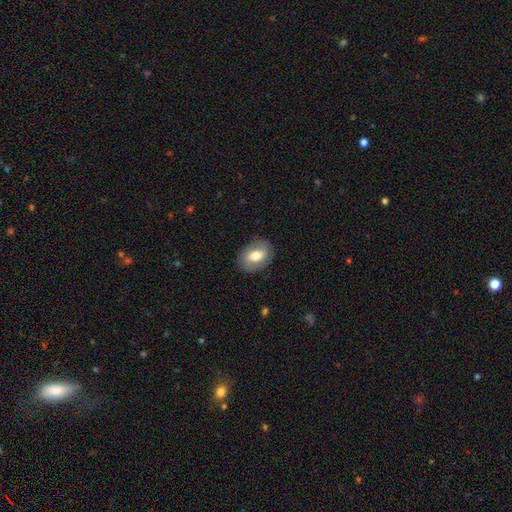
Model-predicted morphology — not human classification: This is likely a smooth galaxy (61%). How rounded: likely in between (77%). Merging: clearly none (84%).